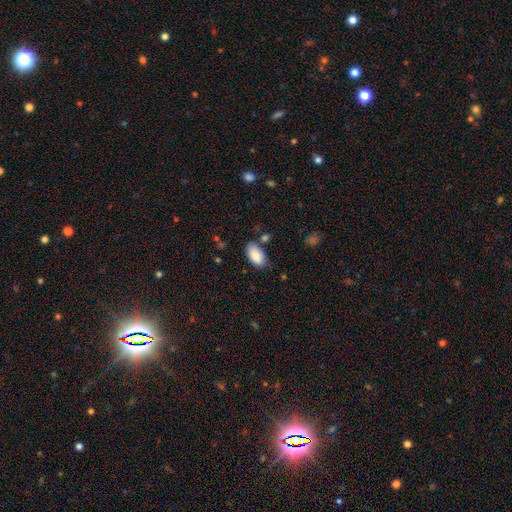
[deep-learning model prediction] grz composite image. It shows a smooth galaxy with no disk features (85%) that is in between round and cigar-shaped (95%). Merging: none (70%).